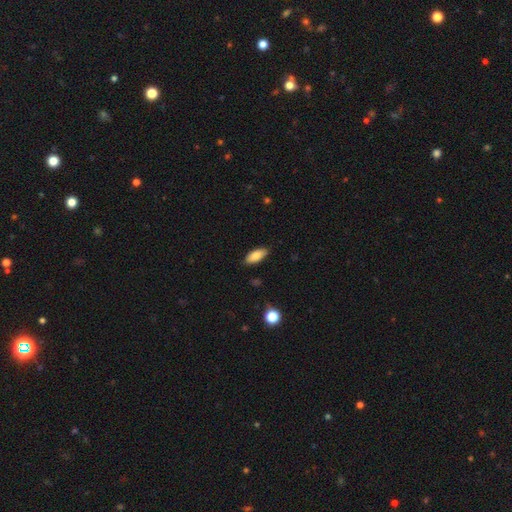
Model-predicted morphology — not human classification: Smooth or featured? smooth (84%)
How rounded? in between (82%)
Merging? none (86%)